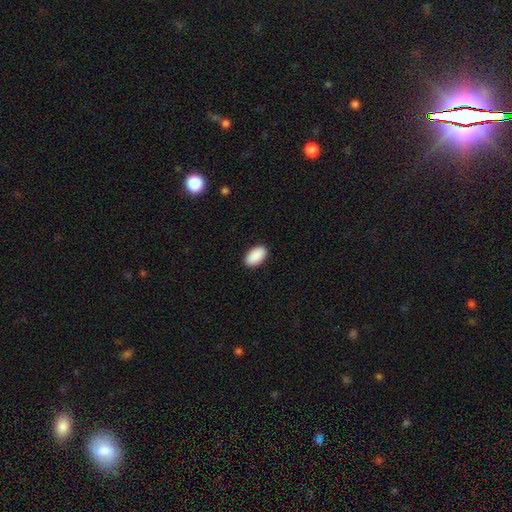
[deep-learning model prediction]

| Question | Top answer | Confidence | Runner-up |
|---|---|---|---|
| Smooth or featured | smooth | 92% | star or artifact (6%) |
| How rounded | in between | 95% | round (3%) |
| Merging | none | 91% | minor disturbance (7%) |